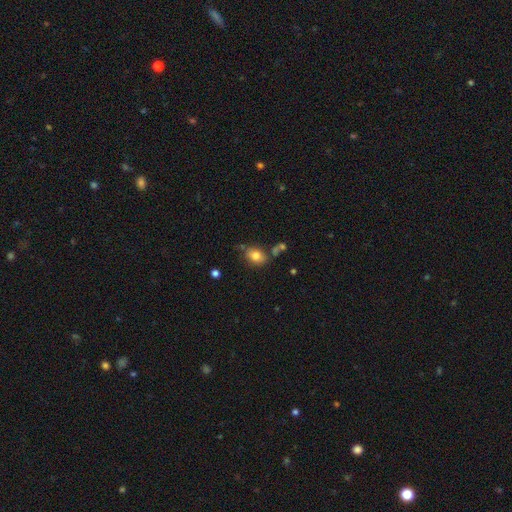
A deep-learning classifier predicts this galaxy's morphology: Q: Smooth or featured?
A: smooth (80%); runner-up: featured or disk (10%)
Q: How rounded?
A: in between (75%); runner-up: round (23%)
Q: Merging?
A: none (63%); runner-up: minor disturbance (20%)